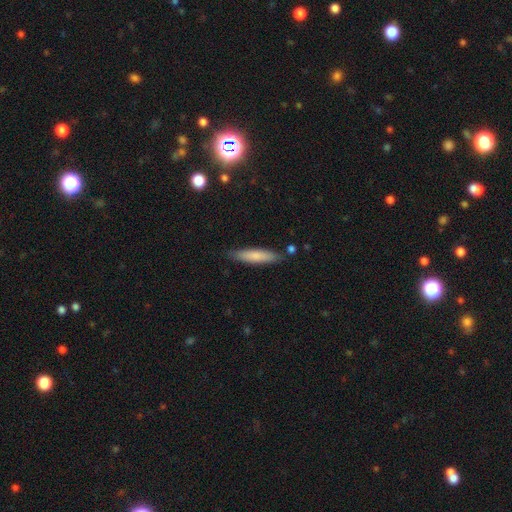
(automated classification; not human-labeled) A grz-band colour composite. It shows a smooth galaxy with no disk features (76%) that is cigar-shaped (82%). Merging: none (84%).